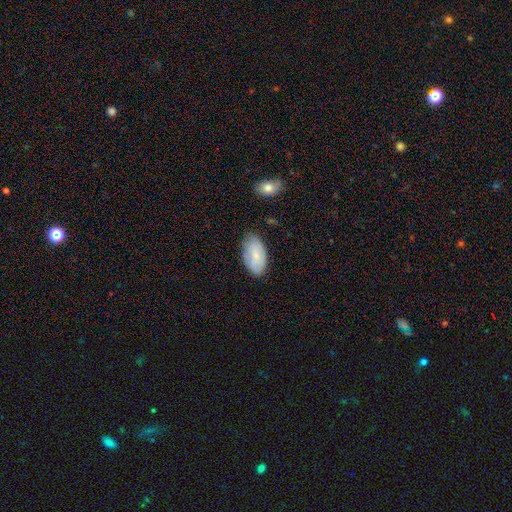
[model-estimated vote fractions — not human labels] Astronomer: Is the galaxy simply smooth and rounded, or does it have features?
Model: smooth — 74%.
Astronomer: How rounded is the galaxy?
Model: in between — 95%.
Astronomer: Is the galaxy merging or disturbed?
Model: none — 74%.